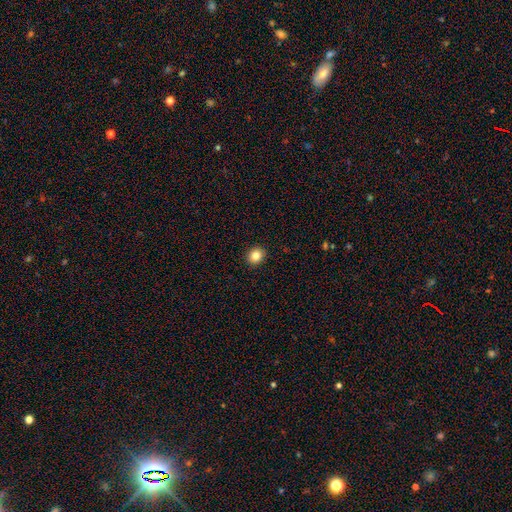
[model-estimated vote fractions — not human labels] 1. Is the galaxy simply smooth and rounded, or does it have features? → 85% smooth, 11% star or artifact, 5% featured or disk.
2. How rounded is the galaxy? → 73% round, 26% in between, 1% cigar-shaped.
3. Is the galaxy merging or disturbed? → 92% none, 5% minor disturbance, 2% major disturbance, 1% merger.